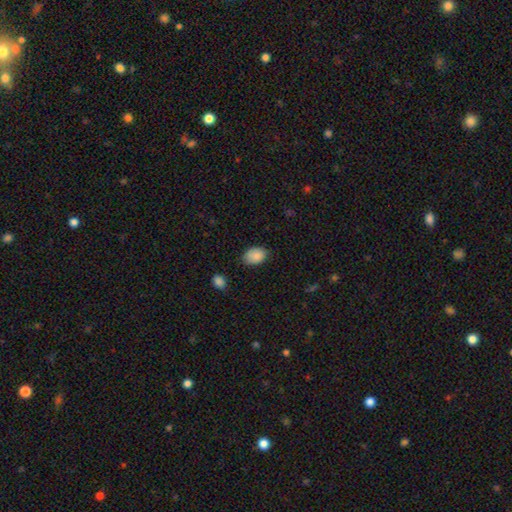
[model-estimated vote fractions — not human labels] A smooth galaxy with no disk features (88%) that is in between round and cigar-shaped (79%).

Vote fractions:
- Smooth or featured? smooth: 88% / star or artifact: 8% / featured or disk: 5%
- How rounded? in between: 79% / round: 20% / cigar-shaped: 1%
- Merging? none: 74% / minor disturbance: 21% / major disturbance: 3% / merger: 2%